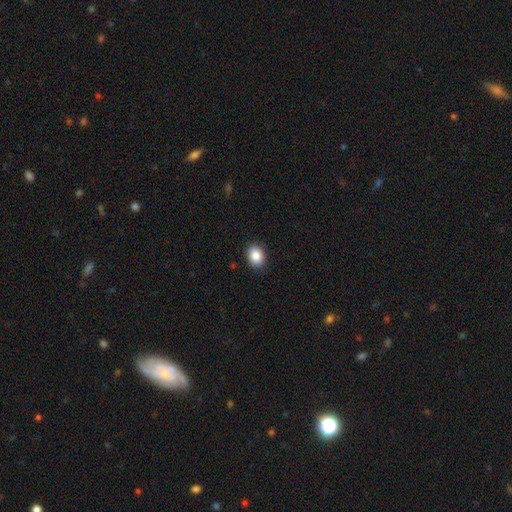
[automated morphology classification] Smooth or featured: smooth — 87% (star or artifact — 8%)
How rounded: in between — 63% (round — 36%)
Merging: none — 89% (minor disturbance — 8%)